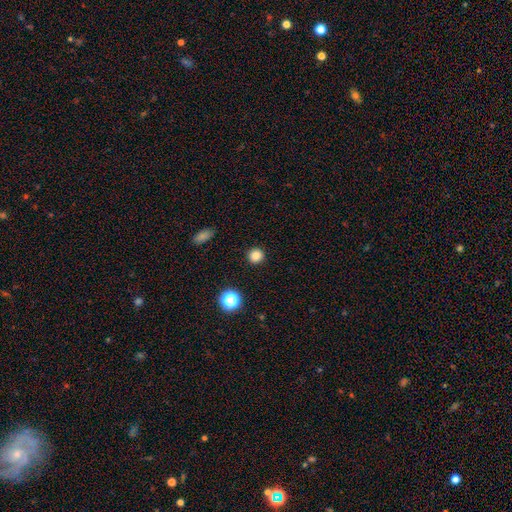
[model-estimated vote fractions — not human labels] smooth 84%, star or artifact 13%, featured or disk 4%. Down the decision tree: how rounded — round (93%); merging — none (92%).